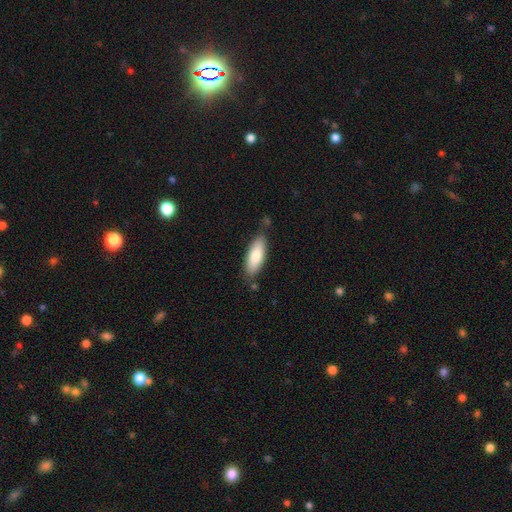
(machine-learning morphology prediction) smooth-or-featured: smooth: 80% | featured or disk: 15% | star or artifact: 6%
  how-rounded: in between: 67% | cigar-shaped: 31% | round: 2%
  merging: none: 78% | minor disturbance: 15% | merger: 4% | major disturbance: 3%